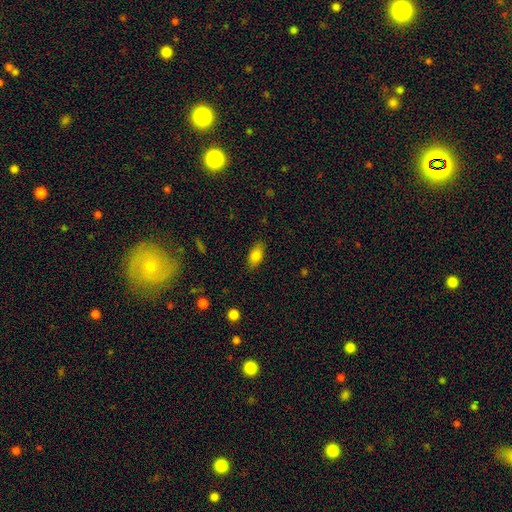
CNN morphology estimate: Q: Smooth or featured?
A: smooth (82%); runner-up: featured or disk (10%)
Q: How rounded?
A: in between (88%); runner-up: cigar-shaped (7%)
Q: Merging?
A: none (85%); runner-up: minor disturbance (11%)